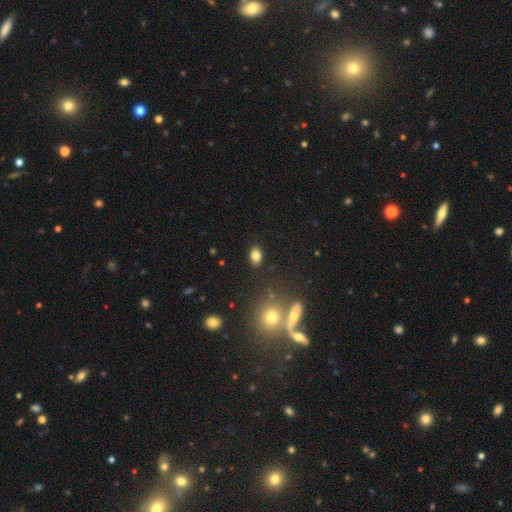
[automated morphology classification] Smooth or featured?
  - smooth: 82% *
  - star or artifact: 12%
  - featured or disk: 6%
How rounded?
  - in between: 79% *
  - round: 19%
  - cigar-shaped: 2%
Merging?
  - none: 86% *
  - minor disturbance: 9%
  - merger: 3%
  - major disturbance: 3%